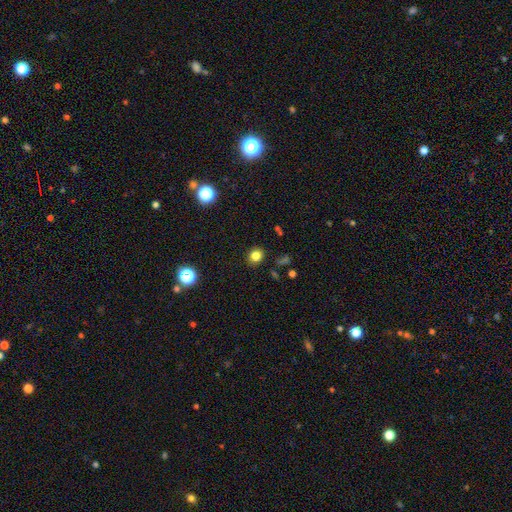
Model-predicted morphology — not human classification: Overall: smooth (80%). How rounded: round (82%). Merging: none (89%).